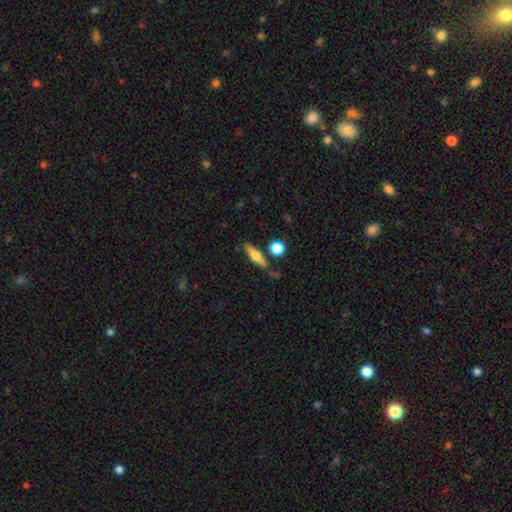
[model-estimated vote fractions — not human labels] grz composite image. It shows a featured or disk galaxy (48%). Merging: none (76%).